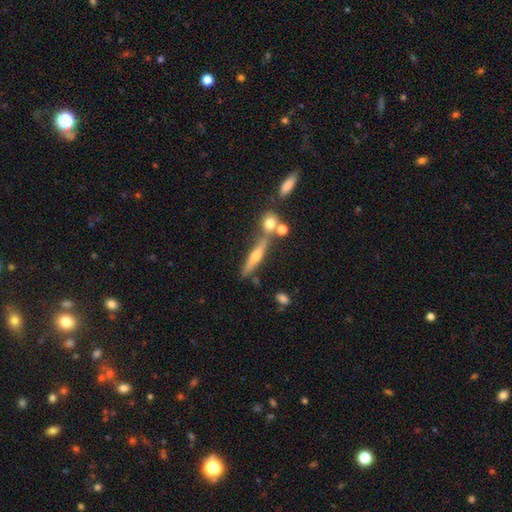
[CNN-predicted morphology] A featured or disk galaxy (56%) viewed edge-on (90%) with a rounded central bulge (84%).

Vote fractions:
- Smooth or featured? featured or disk: 56% / smooth: 34% / star or artifact: 10%
- Edge-on disk? yes: 90% / no: 10%
- Edge-on bulge? rounded: 84% / none: 10% / boxy: 6%
- Merging? none: 62% / merger: 20% / minor disturbance: 13% / major disturbance: 5%